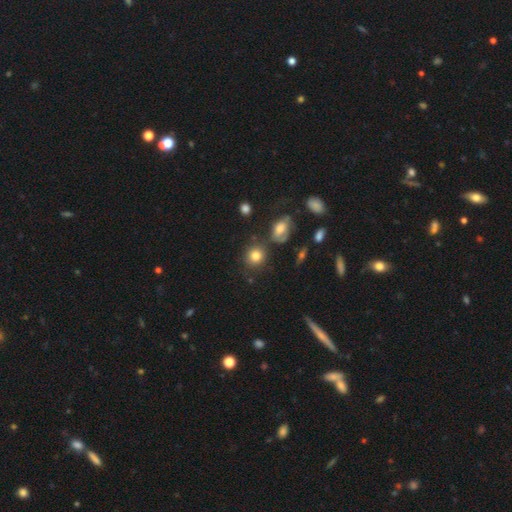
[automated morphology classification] A smooth galaxy with no disk features (81%) that is round (83%). Merging: none (74%).